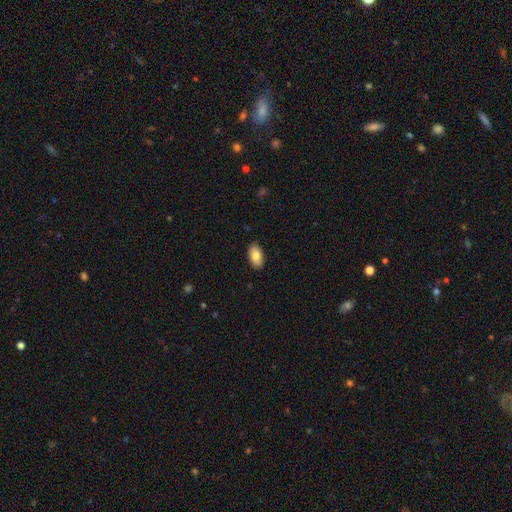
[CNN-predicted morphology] This appears to be a smooth galaxy with no disk features (81%) that is in between round and cigar-shaped (94%). Merging: none (89%).